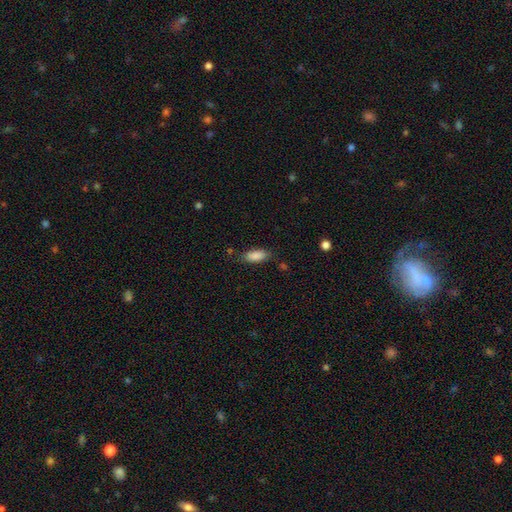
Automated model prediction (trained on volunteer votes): Overall: smooth (87%). How rounded: in between (83%). Merging: none (76%).